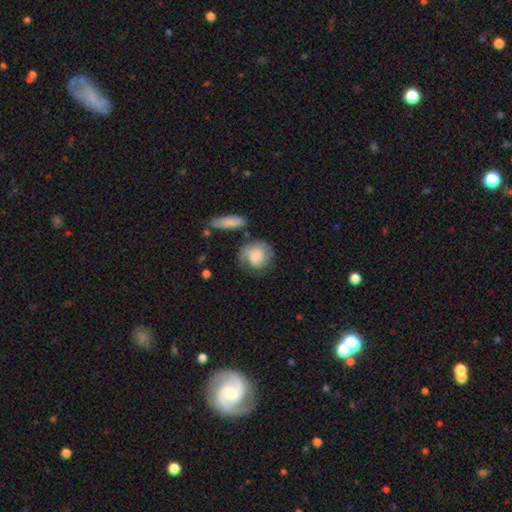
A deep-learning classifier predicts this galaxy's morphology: This appears to be a smooth galaxy with no disk features (54%) that is round (77%). Merging: none (55%).